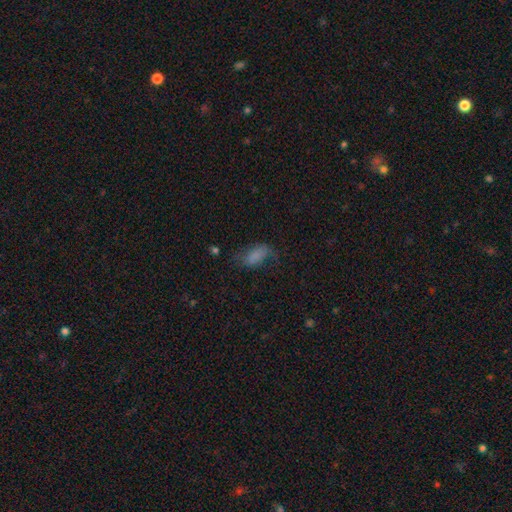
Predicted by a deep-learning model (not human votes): Morphology: type=smooth (63%); roundness=in between (91%); merging=none (42%).